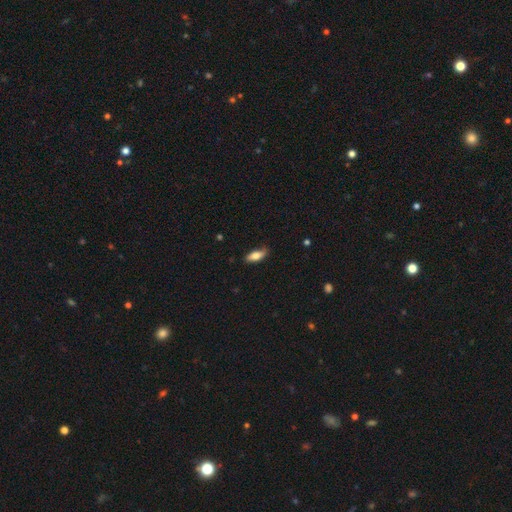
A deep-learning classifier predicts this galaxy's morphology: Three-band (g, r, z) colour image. It shows a smooth galaxy with no disk features (76%) that is in between round and cigar-shaped (76%). Merging: none (76%).